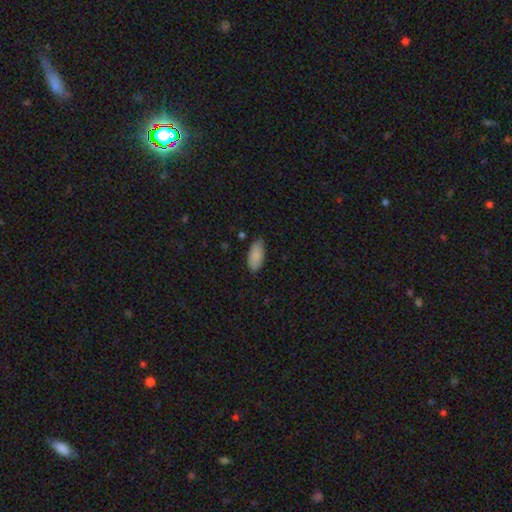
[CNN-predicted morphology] This is clearly a smooth galaxy (87%). How rounded: clearly in between (91%). Merging: likely none (78%).